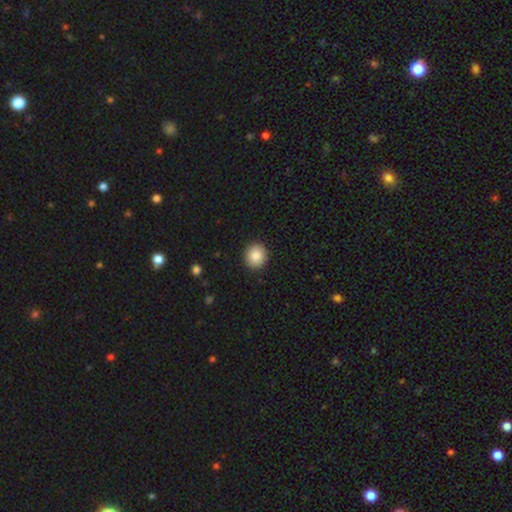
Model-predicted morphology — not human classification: The model was most divided on "how rounded": round: 87%, in between: 12%, cigar-shaped: 1%. More confident: merging — none (92%); smooth or featured — smooth (85%).